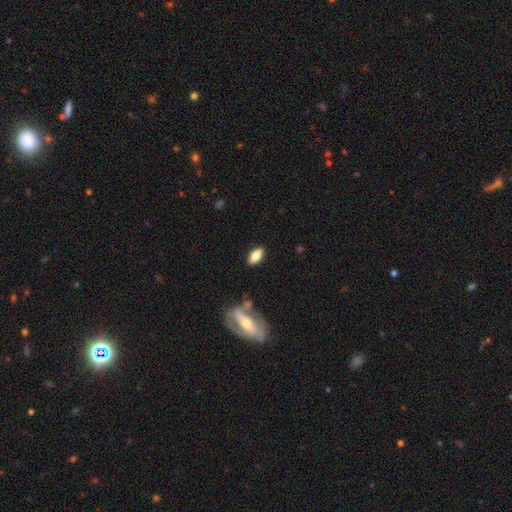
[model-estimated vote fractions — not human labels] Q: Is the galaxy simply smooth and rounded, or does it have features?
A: smooth — 69%.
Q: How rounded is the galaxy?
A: in between — 84%.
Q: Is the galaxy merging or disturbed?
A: none — 84%.